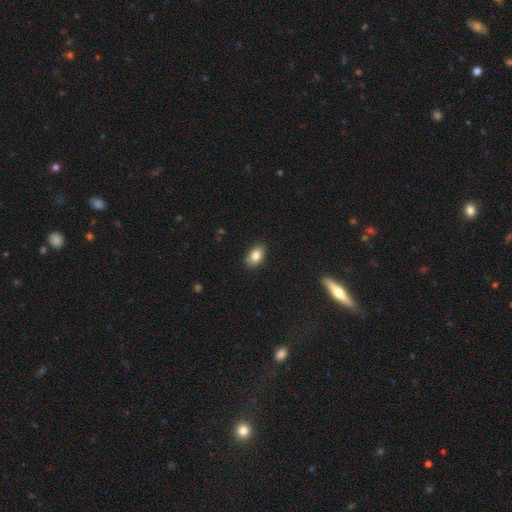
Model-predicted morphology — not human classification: A smooth galaxy with no disk features (83%) that is in between round and cigar-shaped (87%). Merging: none (83%).